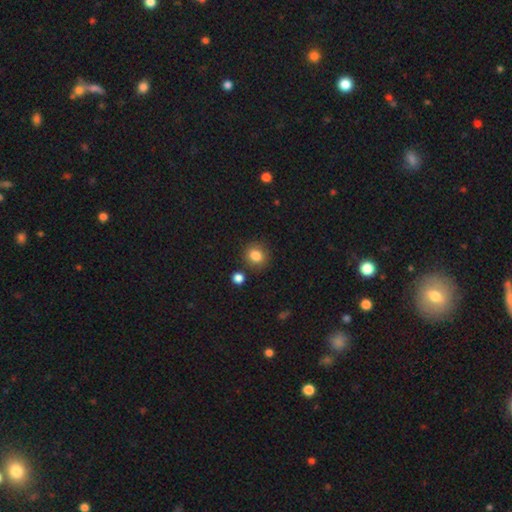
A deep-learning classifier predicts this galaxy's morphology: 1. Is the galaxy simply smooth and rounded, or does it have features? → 84% smooth, 10% star or artifact, 6% featured or disk.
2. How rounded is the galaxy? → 76% round, 23% in between, 1% cigar-shaped.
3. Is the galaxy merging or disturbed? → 83% none, 10% minor disturbance, 5% merger, 3% major disturbance.